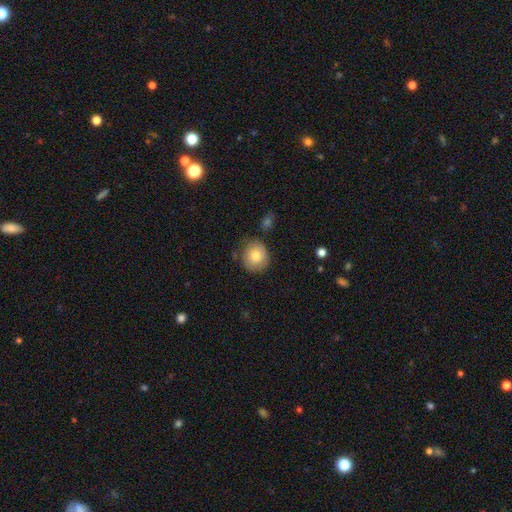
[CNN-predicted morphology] A smooth galaxy with no disk features (81%) that is round (88%). Merging: none (78%).